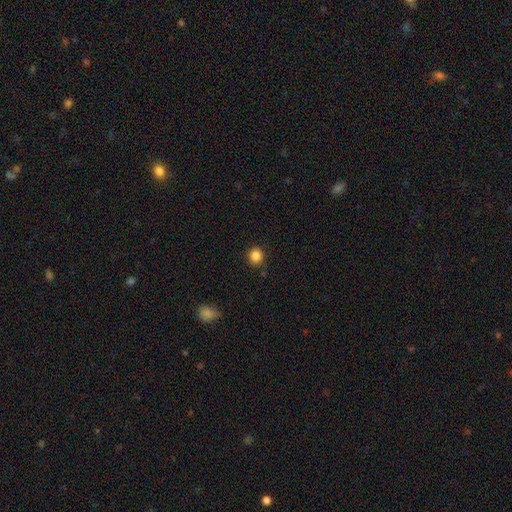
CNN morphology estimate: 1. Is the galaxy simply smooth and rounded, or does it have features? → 86% smooth, 11% star or artifact, 3% featured or disk.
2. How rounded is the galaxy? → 87% round, 12% in between, 1% cigar-shaped.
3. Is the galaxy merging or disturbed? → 88% none, 8% minor disturbance, 2% major disturbance, 2% merger.